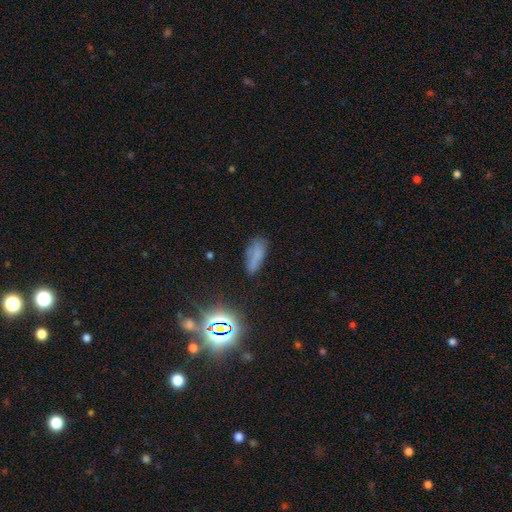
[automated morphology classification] Smooth or featured? Predicted: smooth (p=0.61). How rounded? Predicted: in between (p=0.72). Merging? Predicted: none (p=0.57).